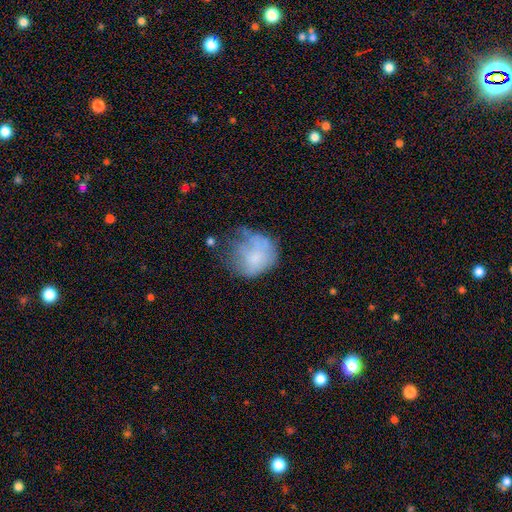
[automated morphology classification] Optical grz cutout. It shows a smooth galaxy with no disk features (57%) that is round (71%). Merging: none (35%).